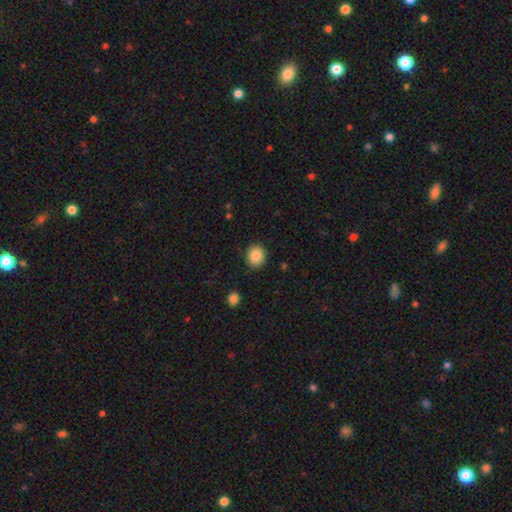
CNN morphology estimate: Q: Smooth or featured?
A: smooth (86%); runner-up: star or artifact (9%)
Q: How rounded?
A: round (76%); runner-up: in between (23%)
Q: Merging?
A: none (89%); runner-up: minor disturbance (7%)